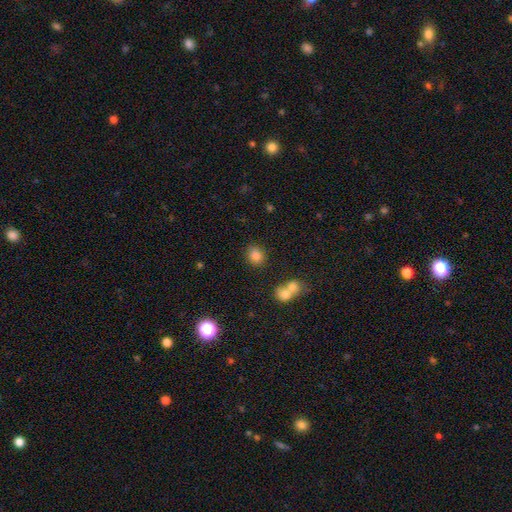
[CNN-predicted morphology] Smooth or featured? smooth (83%)
How rounded? round (65%)
Merging? none (80%)